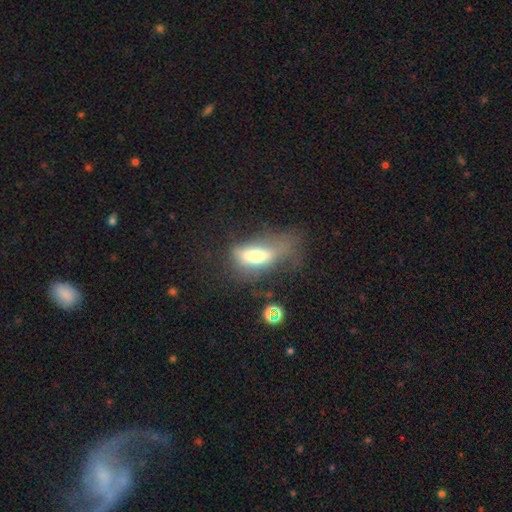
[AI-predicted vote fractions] smooth-or-featured: smooth: 60% | featured or disk: 29% | star or artifact: 11%
  how-rounded: in between: 69% | cigar-shaped: 26% | round: 4%
  merging: major disturbance: 47% | minor disturbance: 24% | none: 23% | merger: 6%